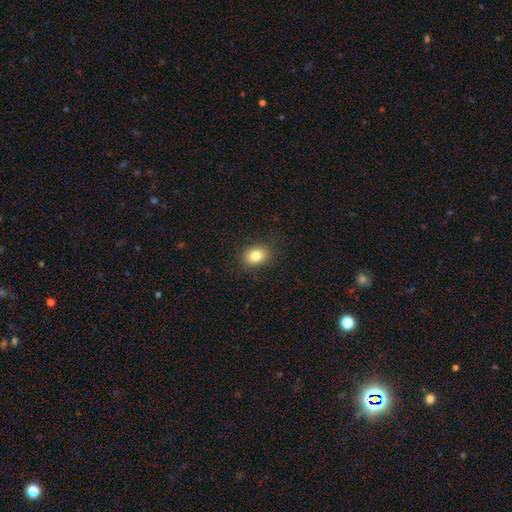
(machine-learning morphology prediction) The model was most divided on "how rounded": in between: 54%, round: 45%, cigar-shaped: 1%. More confident: merging — none (88%); smooth or featured — smooth (82%).